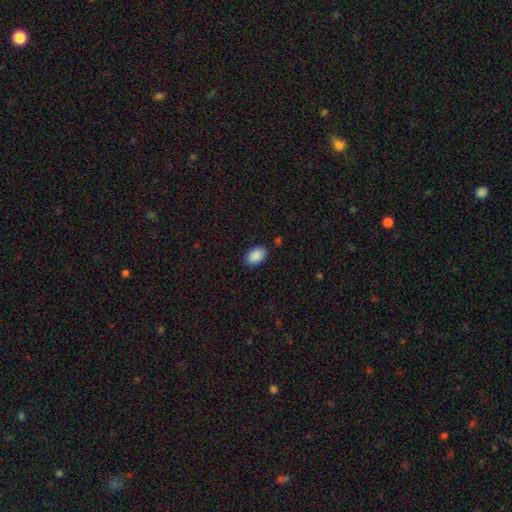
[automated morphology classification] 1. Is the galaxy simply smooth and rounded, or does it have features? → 90% smooth, 7% star or artifact, 3% featured or disk.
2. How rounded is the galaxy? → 91% in between, 7% round, 1% cigar-shaped.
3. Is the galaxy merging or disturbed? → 86% none, 10% minor disturbance, 2% major disturbance, 1% merger.